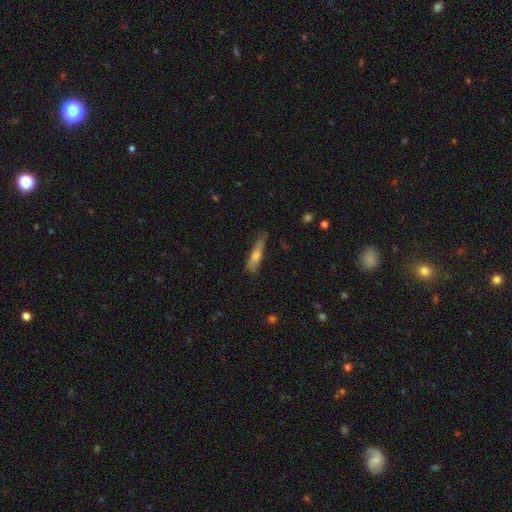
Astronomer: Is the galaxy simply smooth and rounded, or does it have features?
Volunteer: smooth — 60%.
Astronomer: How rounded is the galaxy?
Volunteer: cigar-shaped — 71%.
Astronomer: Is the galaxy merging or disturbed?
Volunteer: none — 70%.